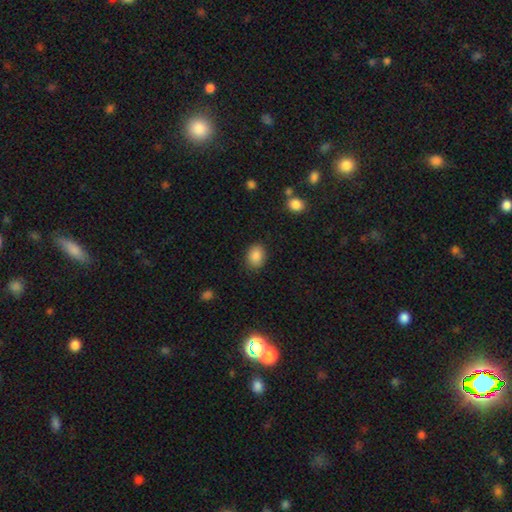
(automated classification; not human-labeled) Morphology: type=smooth (87%); roundness=in between (63%); merging=none (85%).